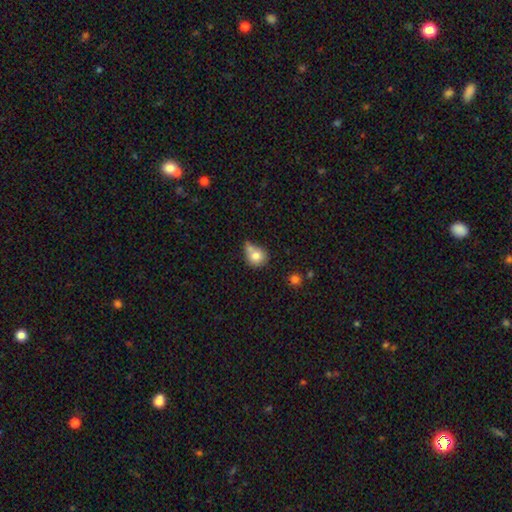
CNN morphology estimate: Smooth or featured? smooth (77%)
How rounded? round (78%)
Merging? none (39%)